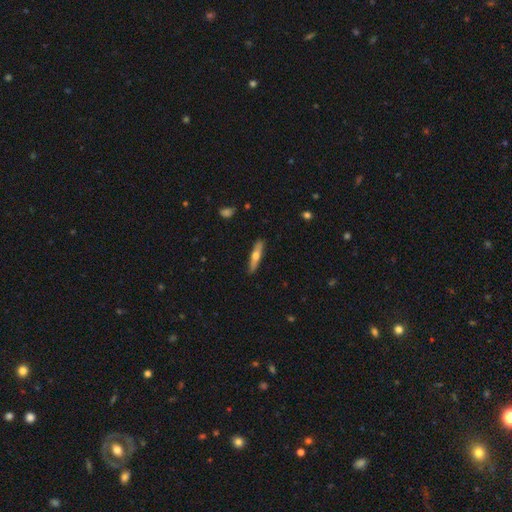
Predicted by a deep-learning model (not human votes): A featured or disk galaxy (50%).

Vote fractions:
- Smooth or featured? featured or disk: 50% / smooth: 45% / star or artifact: 6%
- Merging? none: 90% / minor disturbance: 8% / major disturbance: 2% / merger: 1%